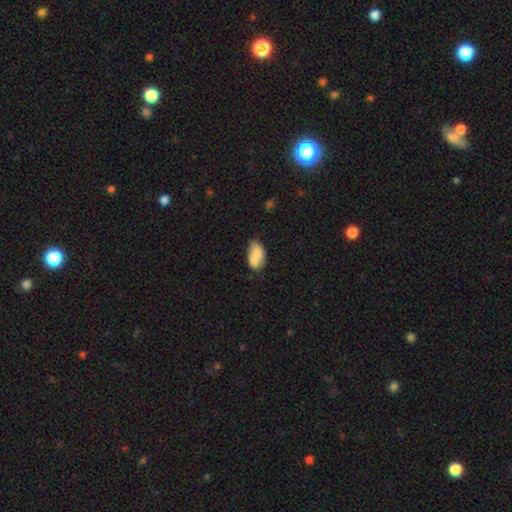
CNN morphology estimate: Smooth or featured: smooth — 71% (featured or disk — 21%)
How rounded: in between — 88% (round — 10%)
Merging: merger — 47% (none — 31%)